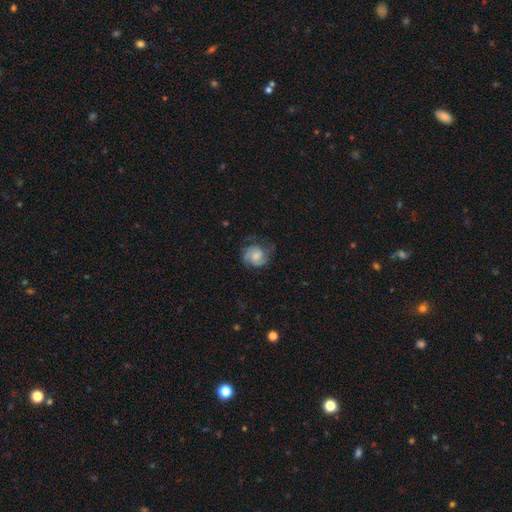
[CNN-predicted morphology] Smooth or featured: featured or disk — 62% (smooth — 30%)
Edge-on disk: no — 98% (yes — 2%)
Bar: no — 67% (weak — 28%)
Spiral arms: yes — 91% (no — 9%)
Spiral winding: tight — 44% (medium — 41%)
Spiral arm count: 2 — 52% (can't tell — 20%)
Bulge size: moderate — 35% (small — 33%)
Merging: none — 60% (minor disturbance — 23%)